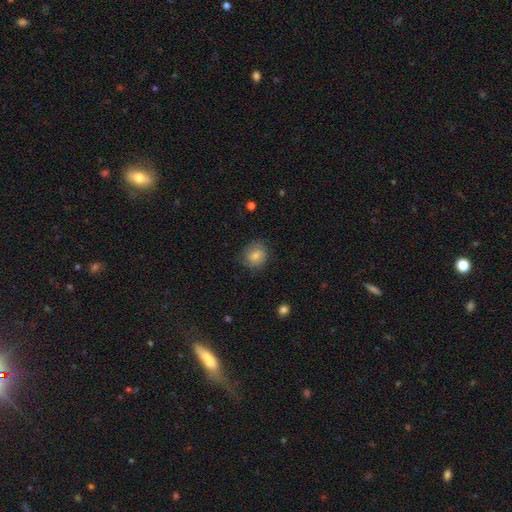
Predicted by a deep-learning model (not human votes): smooth_or_featured: smooth (p=0.76) [alt: featured or disk p=0.16]
how_rounded: round (p=0.78) [alt: in between p=0.21]
merging: none (p=0.76) [alt: minor disturbance p=0.17]